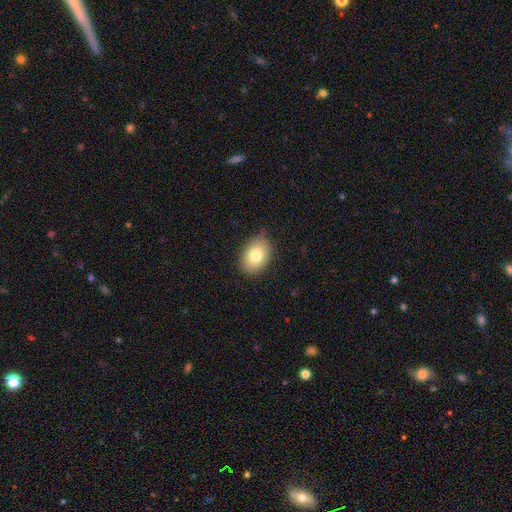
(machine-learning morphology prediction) smooth-or-featured: smooth: 81% | featured or disk: 11% | star or artifact: 8%
  how-rounded: in between: 75% | round: 24% | cigar-shaped: 1%
  merging: none: 76% | minor disturbance: 19% | major disturbance: 3% | merger: 1%